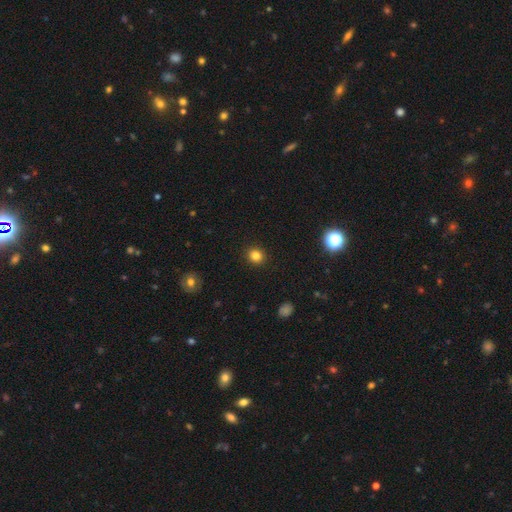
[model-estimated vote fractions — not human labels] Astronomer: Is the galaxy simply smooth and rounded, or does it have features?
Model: smooth — 83%.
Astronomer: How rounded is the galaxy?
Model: round — 88%.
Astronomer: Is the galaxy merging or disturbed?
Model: none — 92%.